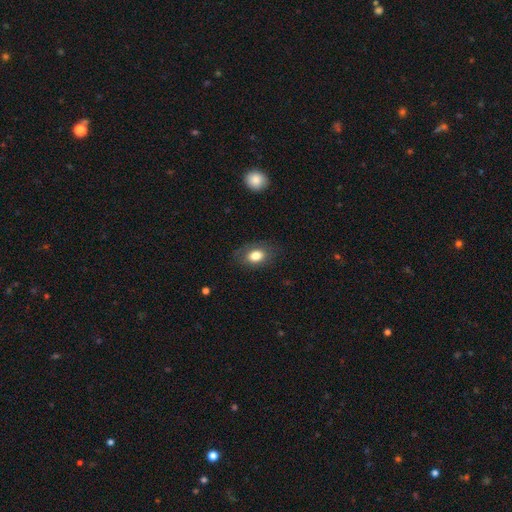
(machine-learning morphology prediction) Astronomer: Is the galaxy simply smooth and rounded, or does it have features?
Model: smooth — 78%.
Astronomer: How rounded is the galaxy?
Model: in between — 80%.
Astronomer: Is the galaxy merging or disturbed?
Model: none — 77%.